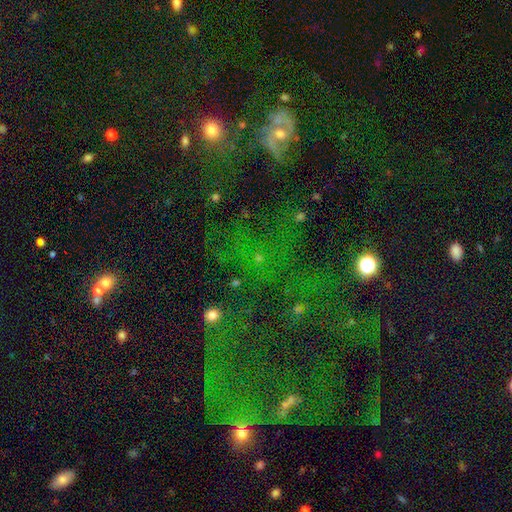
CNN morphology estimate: Smooth or featured?
  - star or artifact: 64% *
  - smooth: 22%
  - featured or disk: 14%